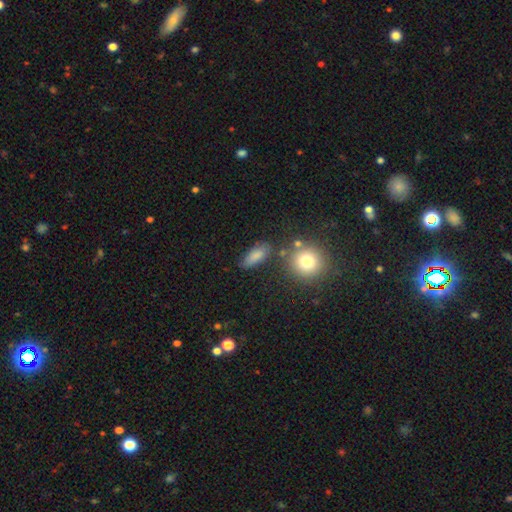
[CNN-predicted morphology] Overall: smooth (79%). How rounded: in between (73%). Merging: none (67%).